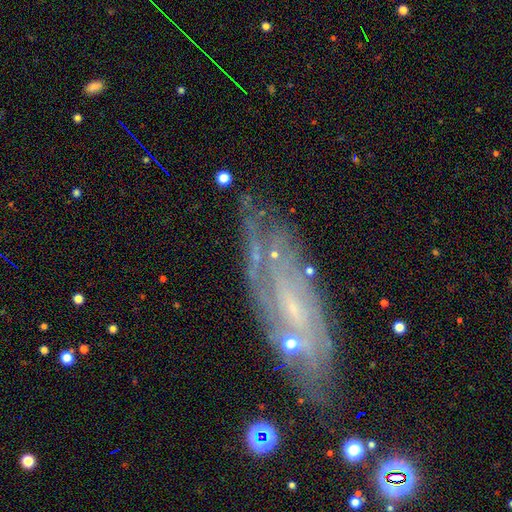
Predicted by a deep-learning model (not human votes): This appears to be a featured or disk galaxy (68%) with no bar (54%), spiral arms (72%) and a small central bulge (57%). Merging: none (66%).